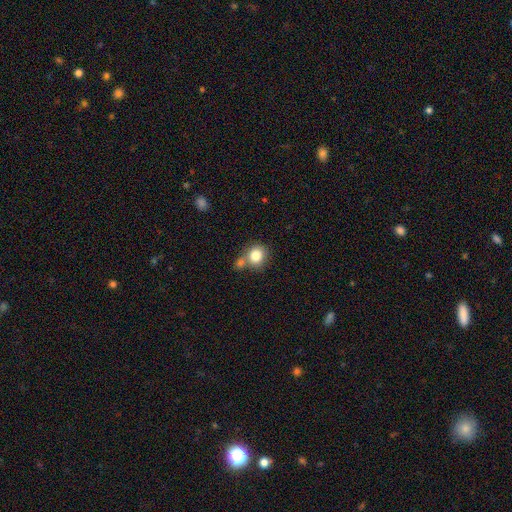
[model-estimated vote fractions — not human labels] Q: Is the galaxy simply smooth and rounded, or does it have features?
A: smooth — 83%.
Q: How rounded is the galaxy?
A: round — 79%.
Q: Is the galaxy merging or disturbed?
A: none — 53%.